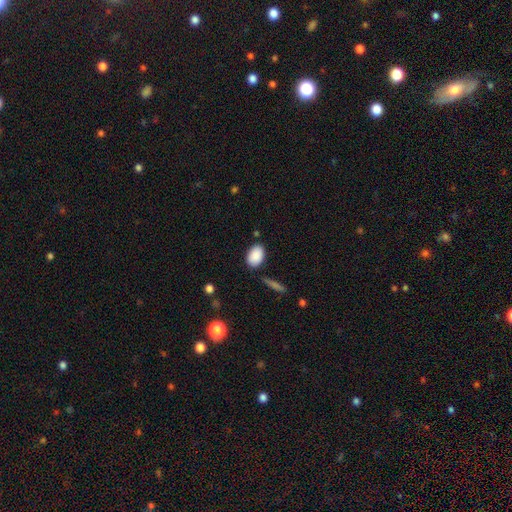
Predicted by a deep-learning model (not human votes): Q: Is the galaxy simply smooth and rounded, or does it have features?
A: smooth — 89%.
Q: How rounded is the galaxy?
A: in between — 87%.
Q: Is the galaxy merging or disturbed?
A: none — 82%.